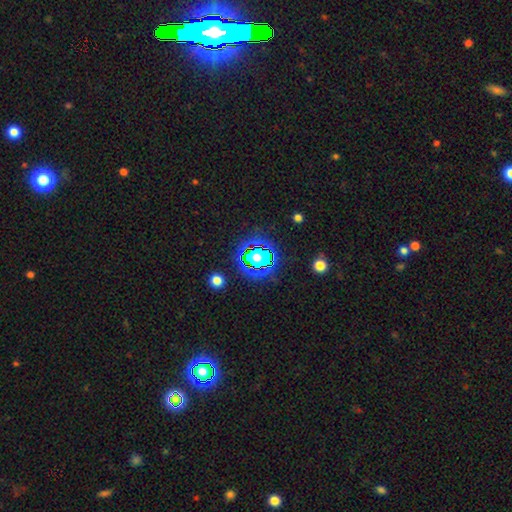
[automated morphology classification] smooth_or_featured: star or artifact (p=0.81) [alt: smooth p=0.12]